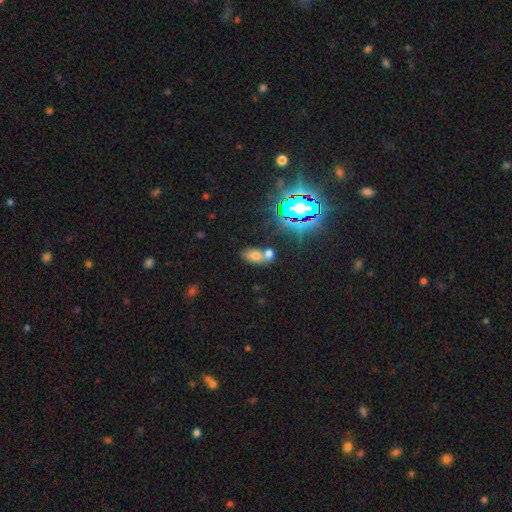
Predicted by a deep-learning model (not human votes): smooth 61%, star or artifact 26%, featured or disk 13%. Down the decision tree: how rounded — in between (84%); merging — none (43%).